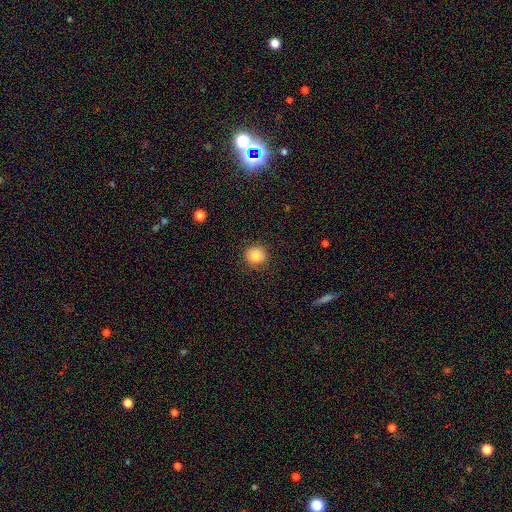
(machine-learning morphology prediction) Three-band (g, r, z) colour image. It shows a smooth galaxy with no disk features (84%) that is round (89%). Merging: none (89%).